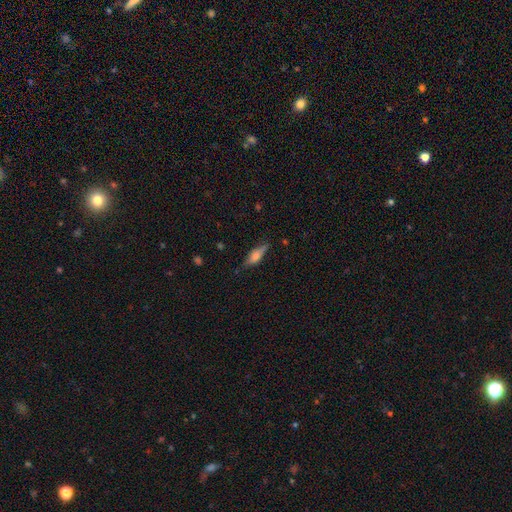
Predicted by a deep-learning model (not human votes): Smooth or featured: smooth — 49% (featured or disk — 44%)
Merging: none — 78% (minor disturbance — 17%)